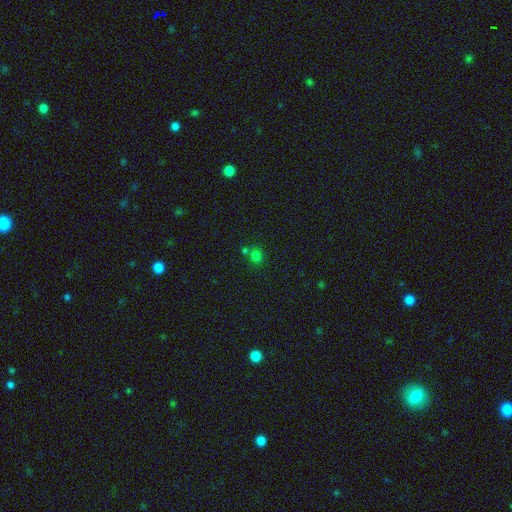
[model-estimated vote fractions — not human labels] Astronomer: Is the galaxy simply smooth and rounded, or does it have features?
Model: smooth — 69%.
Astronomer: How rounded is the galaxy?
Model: round — 73%.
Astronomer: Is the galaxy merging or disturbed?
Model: none — 62%.